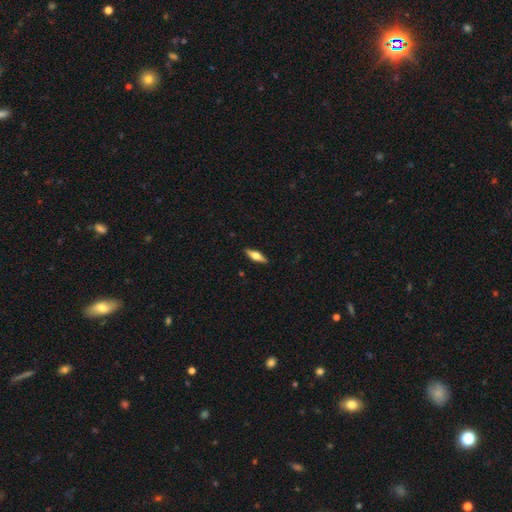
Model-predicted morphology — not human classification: A smooth galaxy with no disk features (48%).

Vote fractions:
- Smooth or featured? smooth: 48% / featured or disk: 45% / star or artifact: 6%
- Merging? none: 90% / minor disturbance: 7% / major disturbance: 2% / merger: 1%